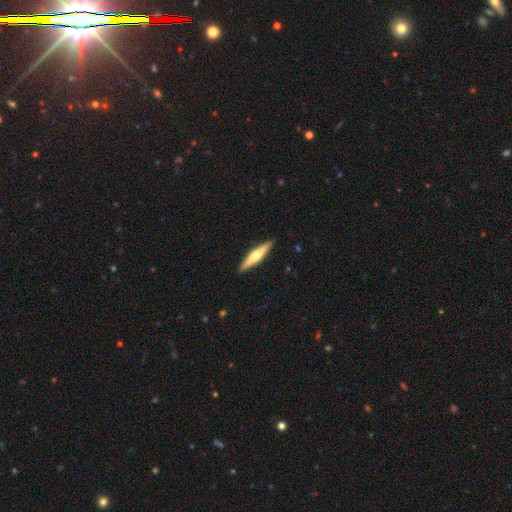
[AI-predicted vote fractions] A featured or disk galaxy (55%) viewed edge-on (96%) with a rounded central bulge (90%). Merging: none (91%).